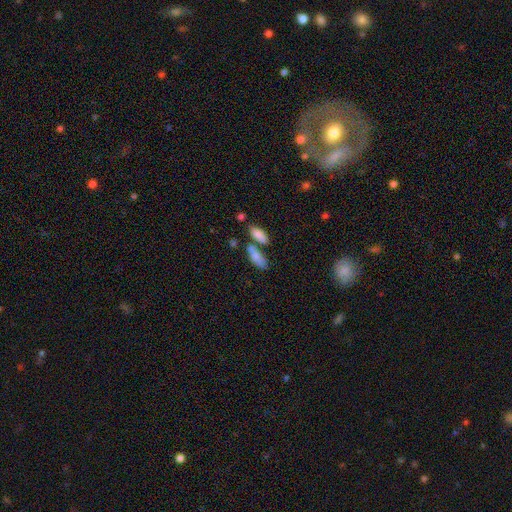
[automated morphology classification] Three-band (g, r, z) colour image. It shows a smooth galaxy with no disk features (81%) that is in between round and cigar-shaped (75%). Merging: none (49%).